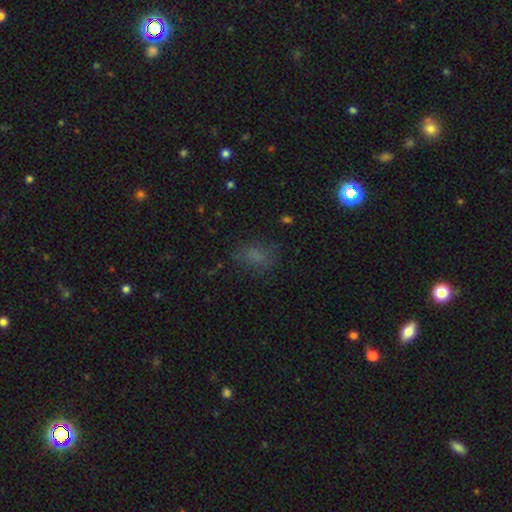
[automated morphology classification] Smooth or featured: smooth — 67% (star or artifact — 22%)
How rounded: in between — 74% (round — 23%)
Merging: none — 66% (minor disturbance — 20%)